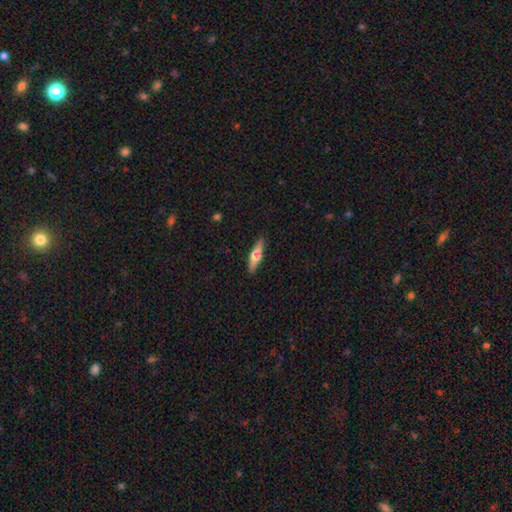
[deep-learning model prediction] smooth_or_featured: featured or disk (p=0.47) [tied with: smooth p=0.47]
merging: none (p=0.89) [alt: minor disturbance p=0.08]